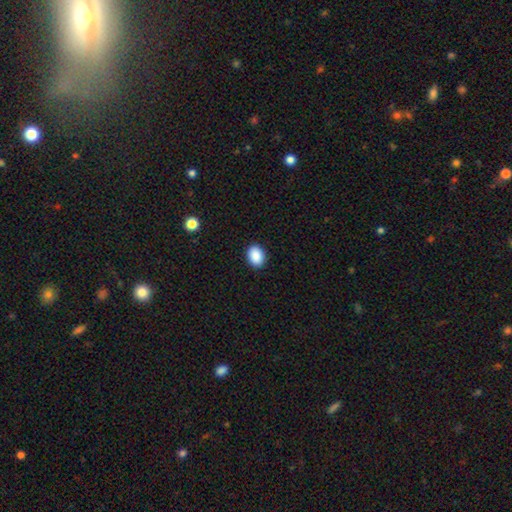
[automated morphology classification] Smooth or featured?
  - smooth: 90% *
  - star or artifact: 8%
  - featured or disk: 3%
How rounded?
  - in between: 73% *
  - round: 26%
  - cigar-shaped: 1%
Merging?
  - none: 90% *
  - minor disturbance: 7%
  - major disturbance: 2%
  - merger: 1%